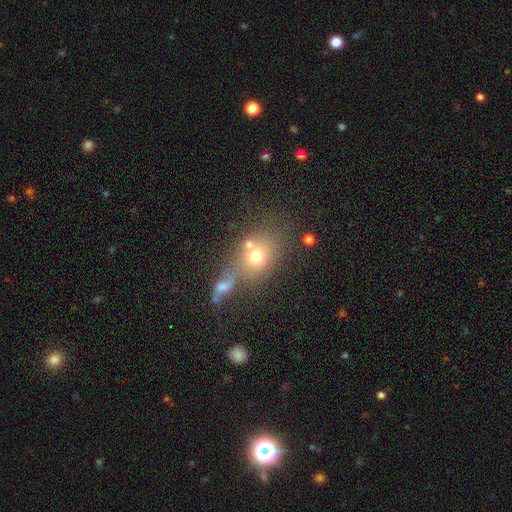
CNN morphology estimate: smooth_or_featured: smooth (p=0.67) [alt: featured or disk p=0.20]
how_rounded: round (p=0.50) [alt: in between p=0.48]
merging: none (p=0.40) [alt: merger p=0.39]